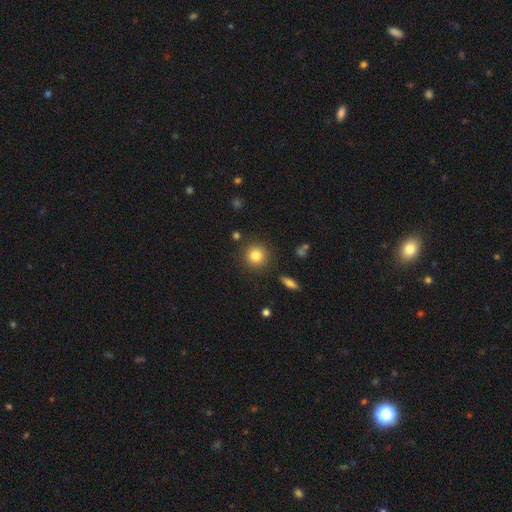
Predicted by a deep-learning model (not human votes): Smooth or featured? Predicted: smooth (p=0.82). How rounded? Predicted: round (p=0.93). Merging? Predicted: none (p=0.87).